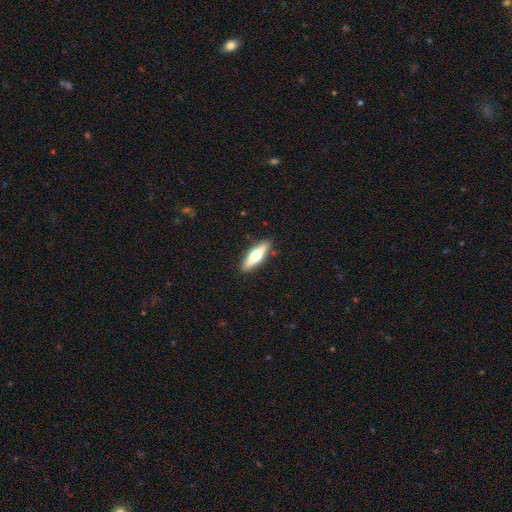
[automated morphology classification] featured or disk 49%, smooth 45%, star or artifact 6%. Down the decision tree: merging — none (89%).